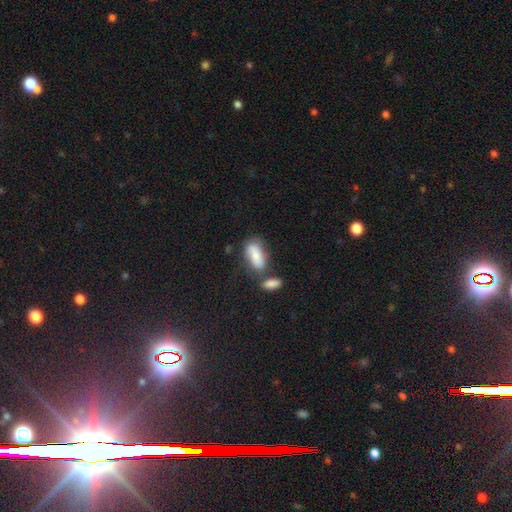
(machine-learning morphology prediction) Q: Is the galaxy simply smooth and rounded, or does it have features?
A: smooth — 72%.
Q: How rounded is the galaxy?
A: in between — 87%.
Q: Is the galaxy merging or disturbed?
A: none — 48%.